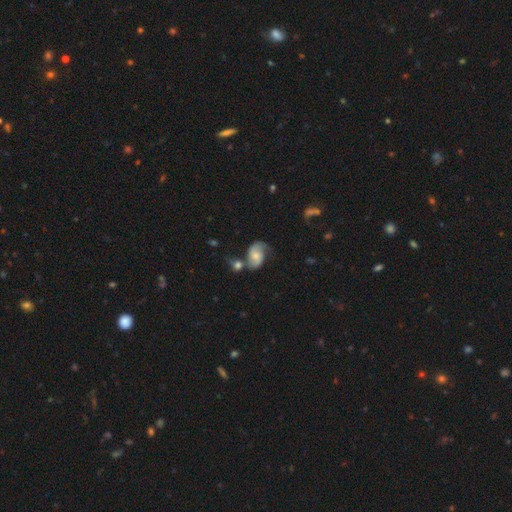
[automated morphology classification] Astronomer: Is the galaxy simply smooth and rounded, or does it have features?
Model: featured or disk — 69%.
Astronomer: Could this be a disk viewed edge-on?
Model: no — 97%.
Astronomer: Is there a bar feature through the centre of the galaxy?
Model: no — 60%.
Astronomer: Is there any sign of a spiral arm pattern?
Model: yes — 92%.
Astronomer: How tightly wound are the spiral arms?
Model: medium — 43% (runner-up: loose, 42%).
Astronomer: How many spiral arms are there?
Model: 2 — 85%.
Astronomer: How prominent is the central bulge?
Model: moderate — 46% (runner-up: small, 38%).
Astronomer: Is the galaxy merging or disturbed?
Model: none — 42% (runner-up: merger, 27%).